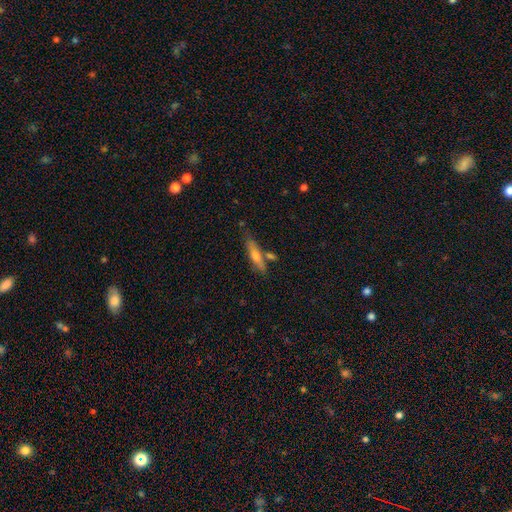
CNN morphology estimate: This appears to be a smooth galaxy with no disk features (53%) that is cigar-shaped (81%). Merging: none (70%).